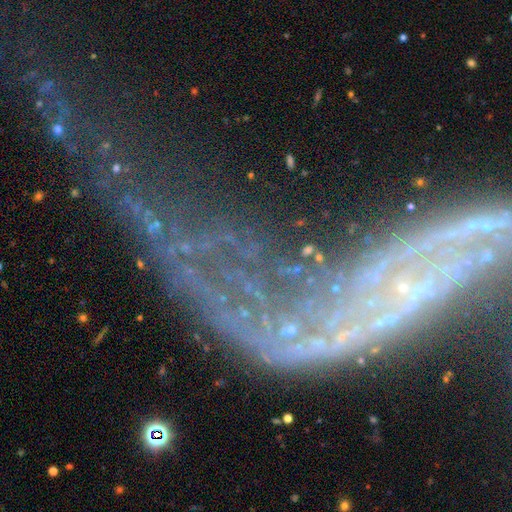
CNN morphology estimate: Smooth or featured? featured or disk (72%)
Edge-on disk? no (83%)
Bar? no (55%)
Spiral arms? yes (75%)
Bulge size? small (56%)
Merging? none (38%)